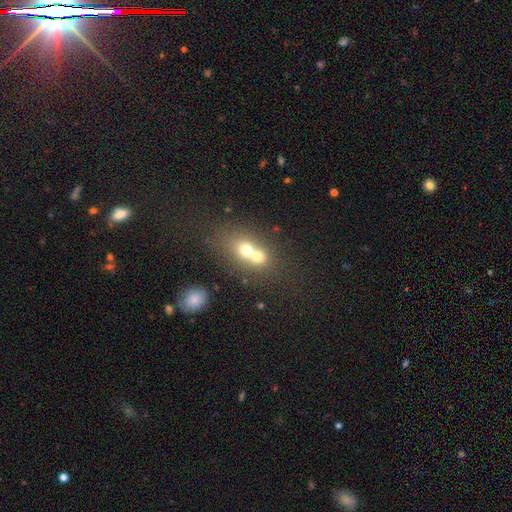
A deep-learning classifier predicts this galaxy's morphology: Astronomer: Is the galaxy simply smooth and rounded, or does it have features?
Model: smooth — 62%.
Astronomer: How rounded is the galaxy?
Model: round — 56% (runner-up: in between, 43%).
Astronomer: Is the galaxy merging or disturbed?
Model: merger — 69%.